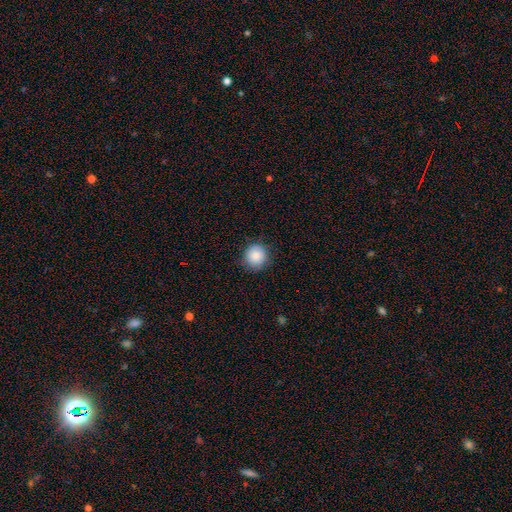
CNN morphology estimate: This is clearly a smooth galaxy (85%). How rounded: clearly round (93%). Merging: clearly none (86%).